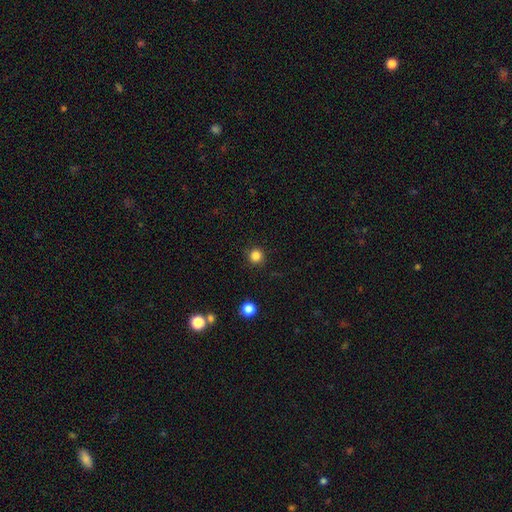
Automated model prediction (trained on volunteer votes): smooth_or_featured: smooth (p=0.84) [alt: star or artifact p=0.13]
how_rounded: round (p=0.95) [alt: in between p=0.04]
merging: none (p=0.90) [alt: minor disturbance p=0.07]